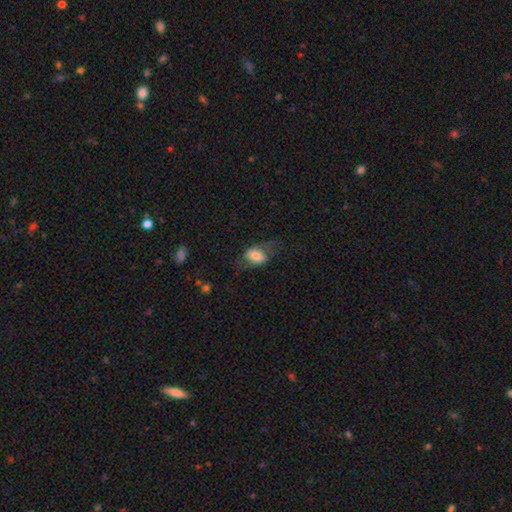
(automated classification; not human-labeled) smooth 61%, featured or disk 31%, star or artifact 8%. Down the decision tree: how rounded — in between (81%); merging — none (50%).